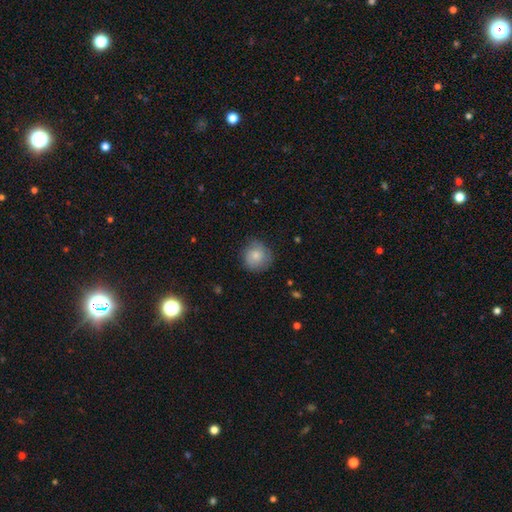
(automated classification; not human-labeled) Smooth or featured? Predicted: smooth (p=0.78). How rounded? Predicted: round (p=0.91). Merging? Predicted: none (p=0.77).